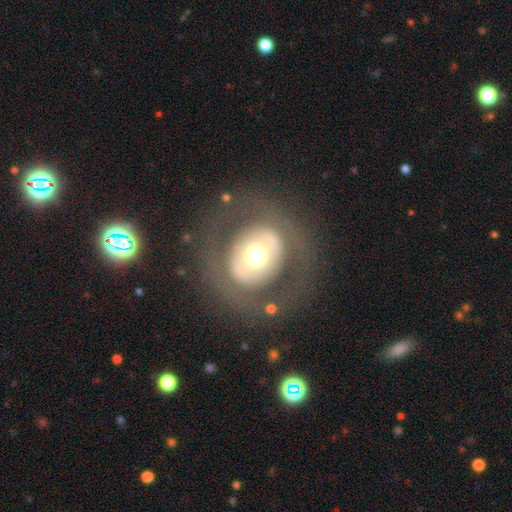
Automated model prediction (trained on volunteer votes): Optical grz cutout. It shows a featured or disk galaxy (50%). Merging: none (79%).